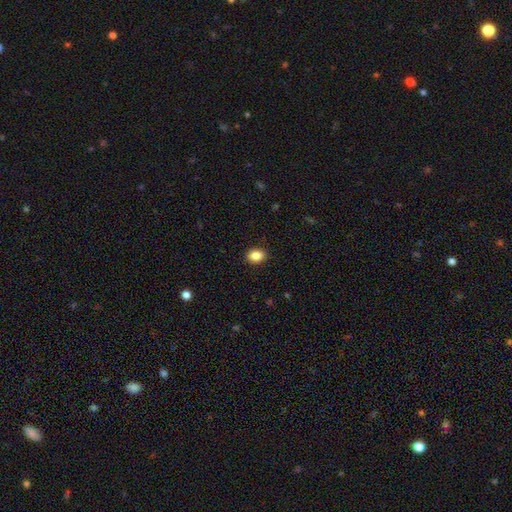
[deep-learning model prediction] Morphology: type=smooth (87%); roundness=in between (71%); merging=none (90%).